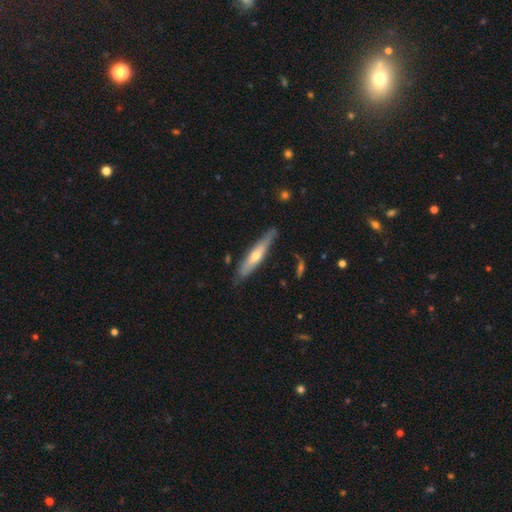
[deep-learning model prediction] This is possibly a featured or disk galaxy (52%). It is clearly viewed edge-on (86%). Merging: likely none (76%).